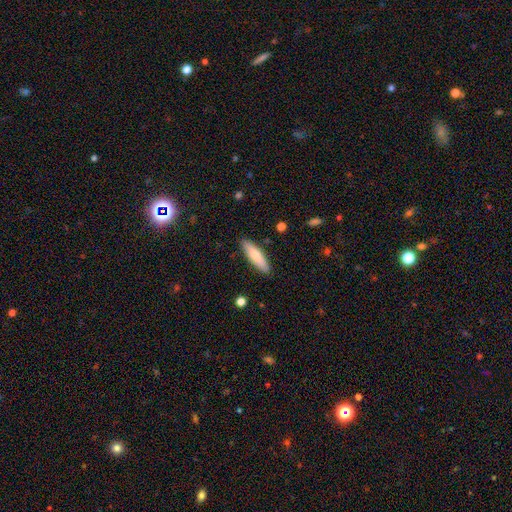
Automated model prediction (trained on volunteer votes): smooth 74%, featured or disk 21%, star or artifact 6%. Down the decision tree: how rounded — cigar-shaped (66%); merging — none (88%).